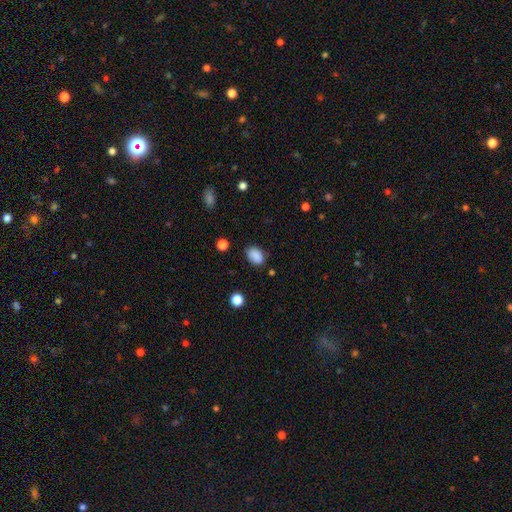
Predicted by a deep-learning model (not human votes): The model was most divided on "how rounded": in between: 77%, round: 22%, cigar-shaped: 1%. More confident: smooth or featured — smooth (86%); merging — none (75%).